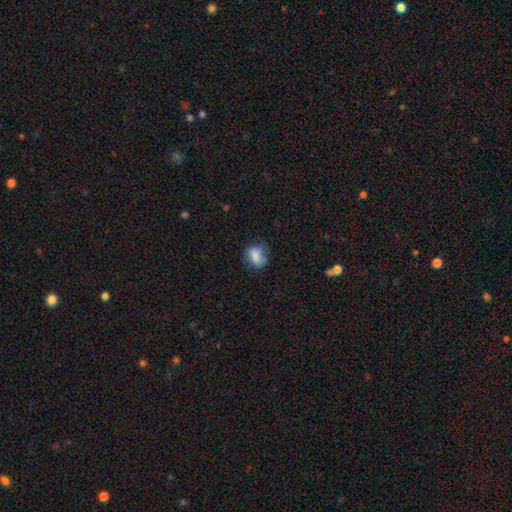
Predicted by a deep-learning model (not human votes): smooth-or-featured: smooth: 78% | featured or disk: 13% | star or artifact: 9%
  how-rounded: in between: 58% | round: 41% | cigar-shaped: 2%
  merging: none: 58% | minor disturbance: 28% | major disturbance: 11% | merger: 3%